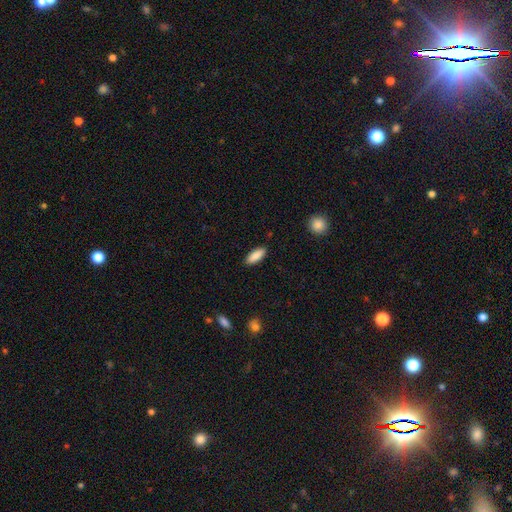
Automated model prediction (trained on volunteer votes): A smooth galaxy with no disk features (89%) that is in between round and cigar-shaped (78%). Merging: none (89%).